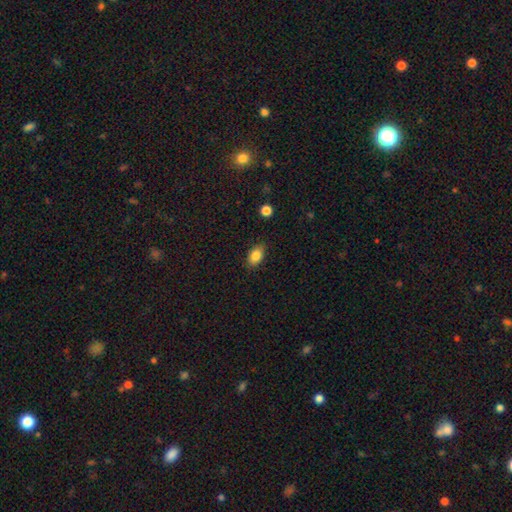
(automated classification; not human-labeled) Smooth or featured: smooth — 85% (star or artifact — 9%)
How rounded: in between — 85% (round — 12%)
Merging: none — 84% (minor disturbance — 12%)